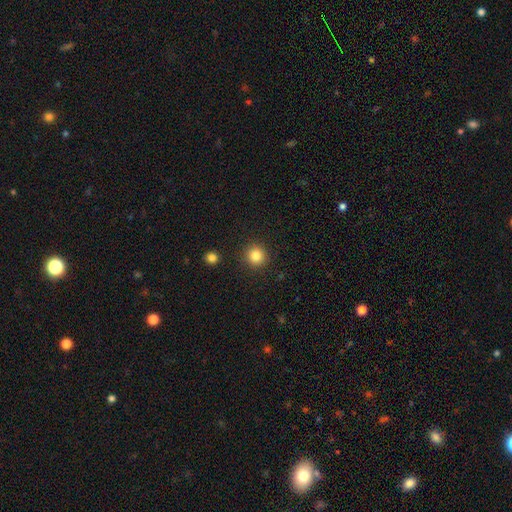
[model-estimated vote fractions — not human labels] Smooth or featured: smooth — 84% (star or artifact — 11%)
How rounded: round — 94% (in between — 5%)
Merging: none — 91% (minor disturbance — 6%)